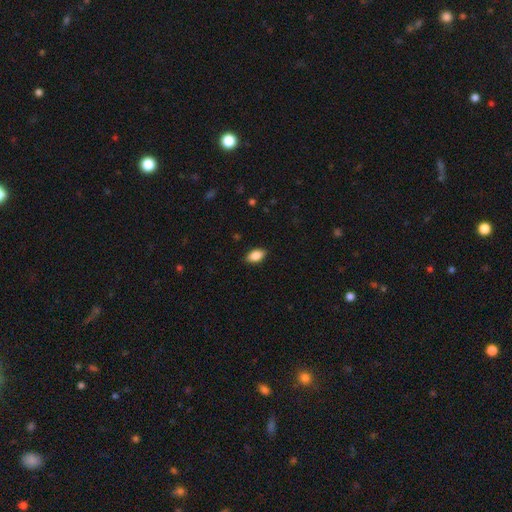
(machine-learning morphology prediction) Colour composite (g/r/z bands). It shows a smooth galaxy with no disk features (85%) that is in between round and cigar-shaped (91%). Merging: none (87%).